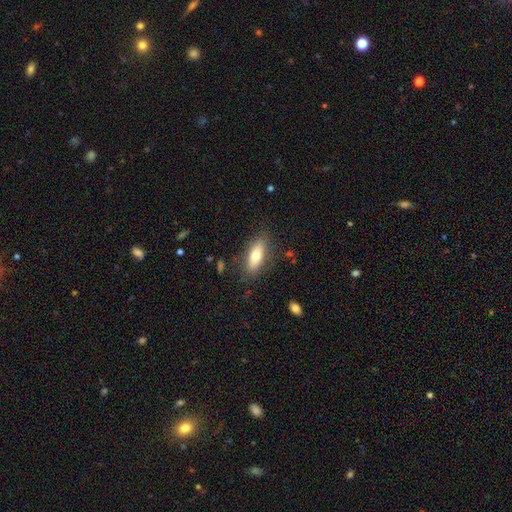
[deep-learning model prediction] Morphology: type=smooth (67%); roundness=in between (71%); merging=none (82%).